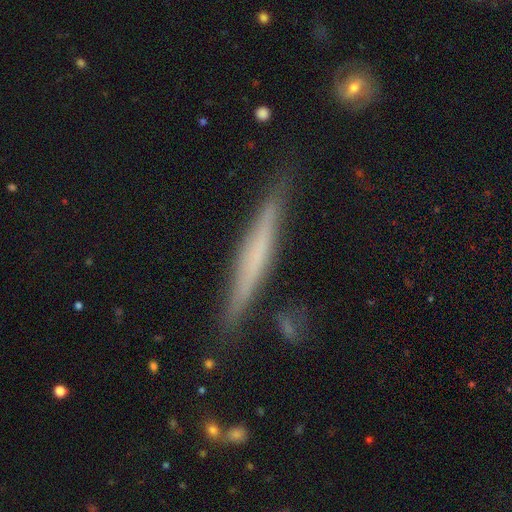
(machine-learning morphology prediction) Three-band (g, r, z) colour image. It shows a featured or disk galaxy (56%) viewed edge-on (96%) with no central bulge (73%). Merging: none (85%).